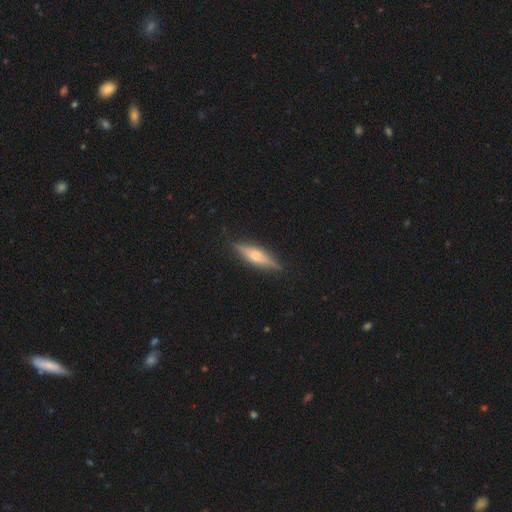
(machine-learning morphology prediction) Q: Smooth or featured?
A: featured or disk (60%); runner-up: smooth (33%)
Q: Edge-on disk?
A: yes (94%); runner-up: no (6%)
Q: Edge-on bulge?
A: rounded (81%); runner-up: boxy (12%)
Q: Merging?
A: none (87%); runner-up: minor disturbance (10%)